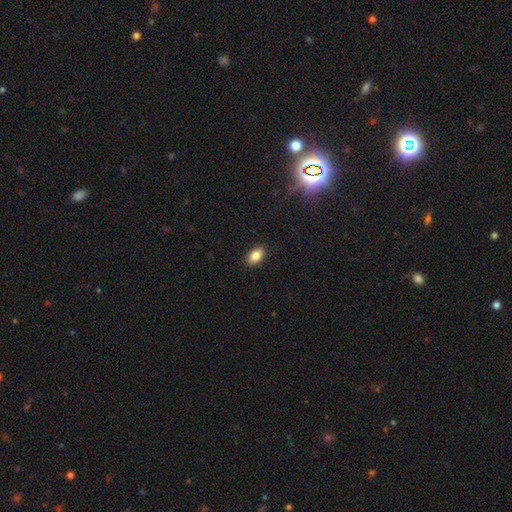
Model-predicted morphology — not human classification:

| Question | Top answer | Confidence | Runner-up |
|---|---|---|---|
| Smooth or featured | smooth | 86% | star or artifact (8%) |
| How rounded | in between | 92% | round (5%) |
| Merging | none | 90% | minor disturbance (7%) |